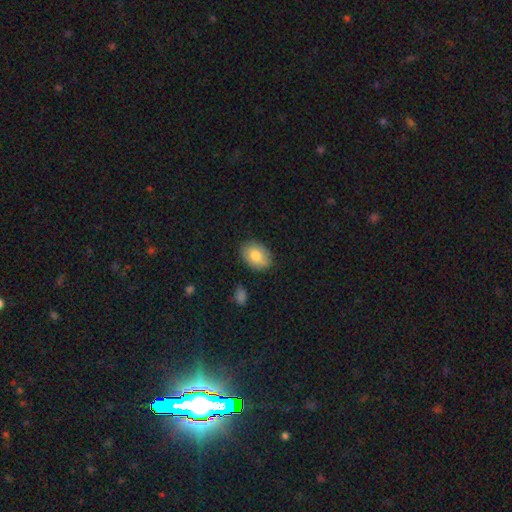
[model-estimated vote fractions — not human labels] The model was most divided on "how rounded": in between: 75%, round: 24%, cigar-shaped: 1%. More confident: smooth or featured — smooth (80%); merging — none (79%).